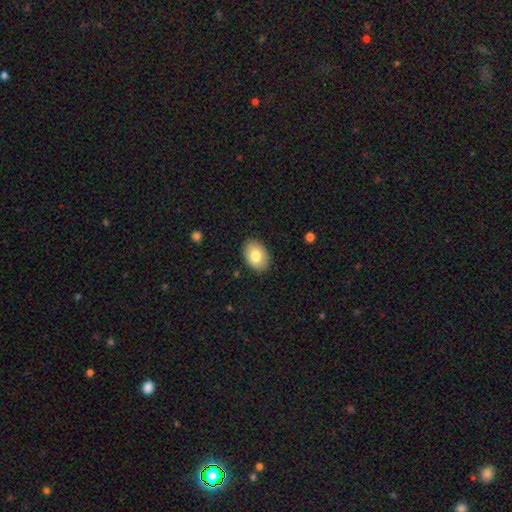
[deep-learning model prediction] This is likely a smooth galaxy (80%). How rounded: clearly in between (85%). Merging: clearly none (87%).